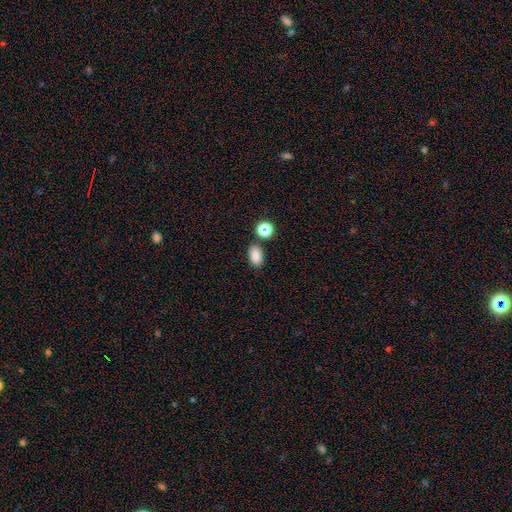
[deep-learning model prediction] The model was most divided on "merging": none: 80%, minor disturbance: 10%, merger: 7%, major disturbance: 3%. More confident: how rounded — in between (86%); smooth or featured — smooth (83%).